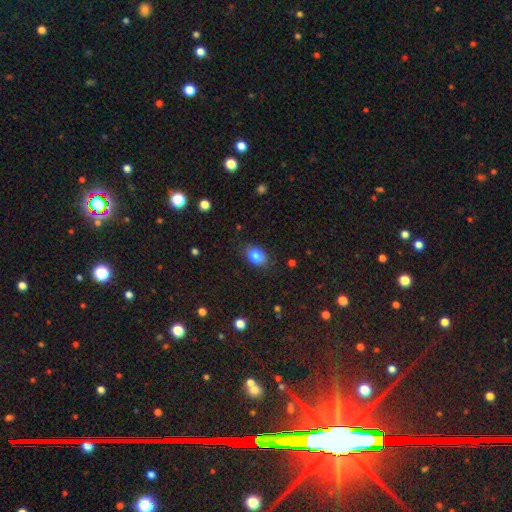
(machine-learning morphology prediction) smooth-or-featured: smooth: 83% | star or artifact: 9% | featured or disk: 8%
  how-rounded: in between: 81% | round: 18% | cigar-shaped: 1%
  merging: none: 85% | minor disturbance: 11% | major disturbance: 3% | merger: 1%